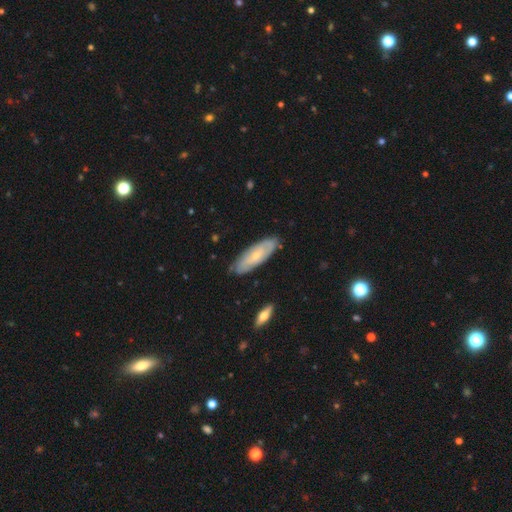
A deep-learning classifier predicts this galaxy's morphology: A featured or disk galaxy (55%). Merging: none (81%).